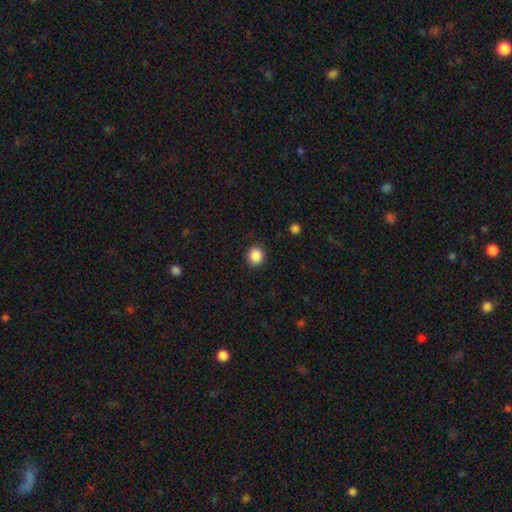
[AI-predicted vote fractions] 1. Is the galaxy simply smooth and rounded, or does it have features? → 87% smooth, 10% star or artifact, 3% featured or disk.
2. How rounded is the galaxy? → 88% round, 12% in between, 1% cigar-shaped.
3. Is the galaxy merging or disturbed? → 90% none, 7% minor disturbance, 2% major disturbance, 1% merger.